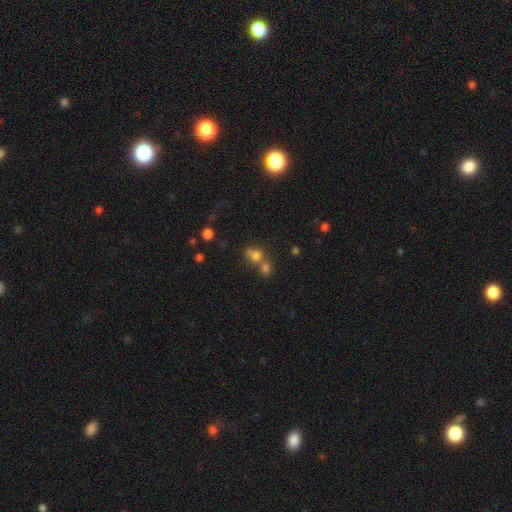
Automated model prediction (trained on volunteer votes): Smooth or featured? Predicted: smooth (p=0.70). How rounded? Predicted: round (p=0.71). Merging? Predicted: merger (p=0.54).